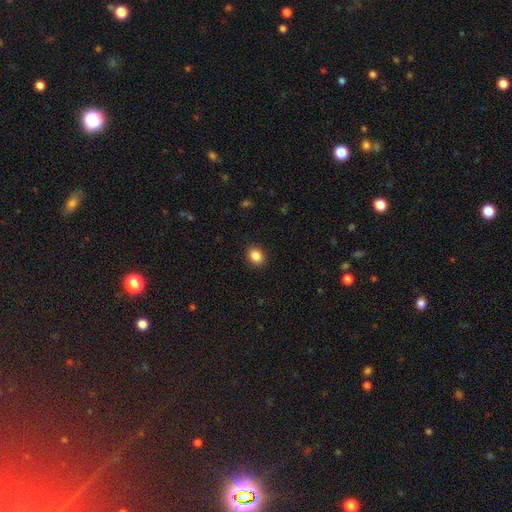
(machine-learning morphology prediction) A smooth galaxy with no disk features (86%) that is in between round and cigar-shaped (52%).

Vote fractions:
- Smooth or featured? smooth: 86% / star or artifact: 9% / featured or disk: 4%
- How rounded? in between: 52% / round: 48% / cigar-shaped: 1%
- Merging? none: 90% / minor disturbance: 7% / major disturbance: 2% / merger: 1%